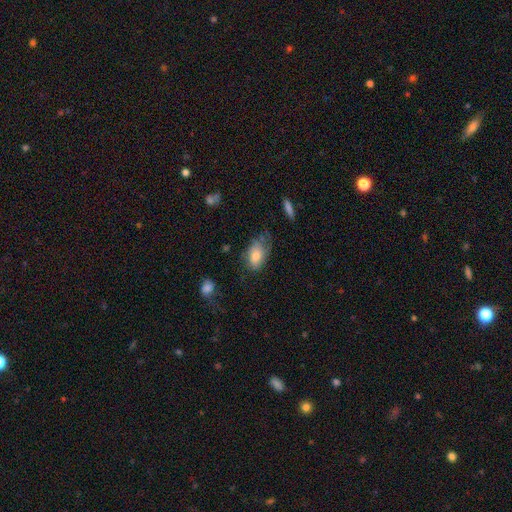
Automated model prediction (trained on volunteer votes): The model was most divided on "merging": none: 48%, minor disturbance: 32%, major disturbance: 17%, merger: 3%. More confident: how rounded — in between (90%); smooth or featured — smooth (73%).